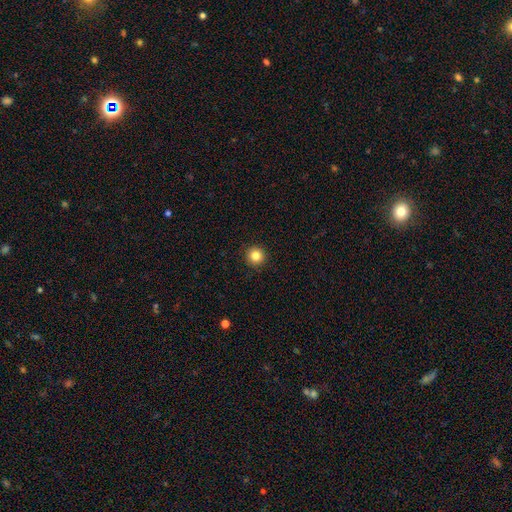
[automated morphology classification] A smooth galaxy with no disk features (84%) that is round (96%). Merging: none (93%).